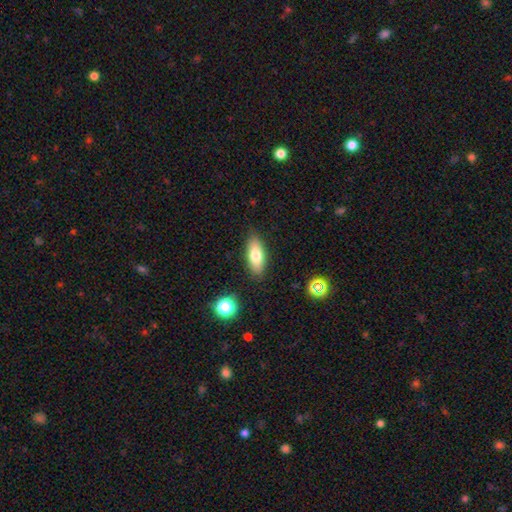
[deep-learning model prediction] Q: Smooth or featured?
A: smooth (74%); runner-up: featured or disk (18%)
Q: How rounded?
A: in between (76%); runner-up: cigar-shaped (21%)
Q: Merging?
A: none (86%); runner-up: minor disturbance (10%)